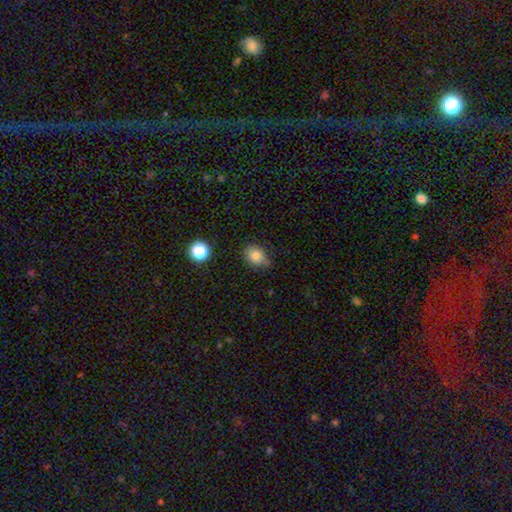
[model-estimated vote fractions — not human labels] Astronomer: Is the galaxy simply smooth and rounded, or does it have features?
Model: smooth — 82%.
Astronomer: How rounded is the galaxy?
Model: in between — 56% (runner-up: round, 42%).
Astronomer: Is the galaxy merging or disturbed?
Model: none — 63%.